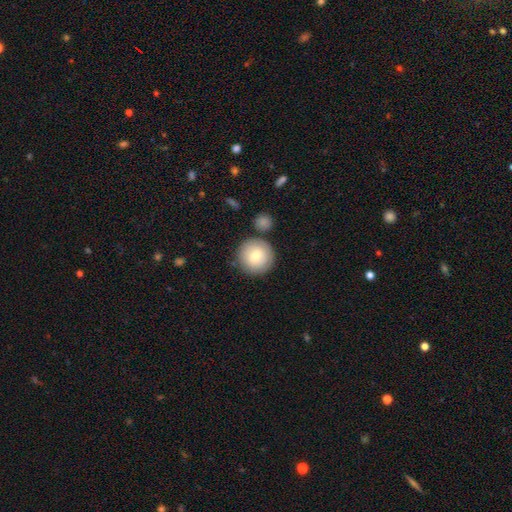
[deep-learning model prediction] smooth_or_featured: smooth (p=0.77) [alt: featured or disk p=0.16]
how_rounded: round (p=0.95) [alt: in between p=0.04]
merging: none (p=0.80) [alt: minor disturbance p=0.10]